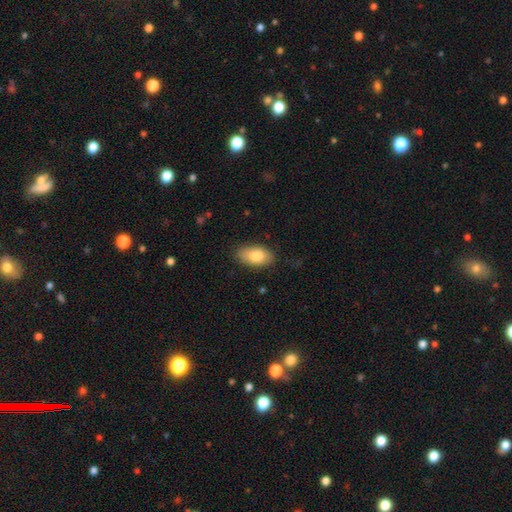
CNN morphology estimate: Smooth or featured? Predicted: smooth (p=0.82). How rounded? Predicted: in between (p=0.93). Merging? Predicted: none (p=0.80).